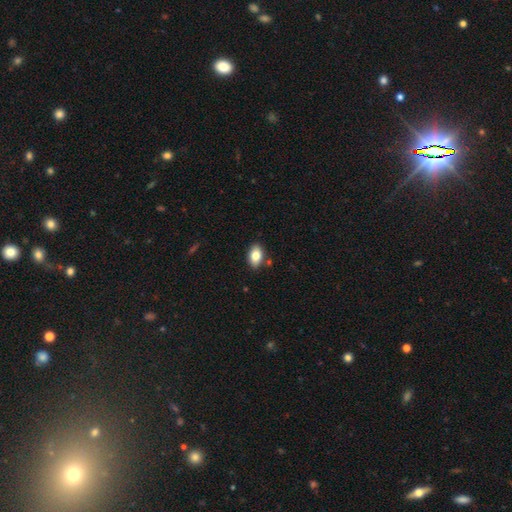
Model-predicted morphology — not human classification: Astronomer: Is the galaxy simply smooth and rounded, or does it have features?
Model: smooth — 82%.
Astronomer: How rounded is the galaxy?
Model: in between — 90%.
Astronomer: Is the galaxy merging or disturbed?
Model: none — 84%.